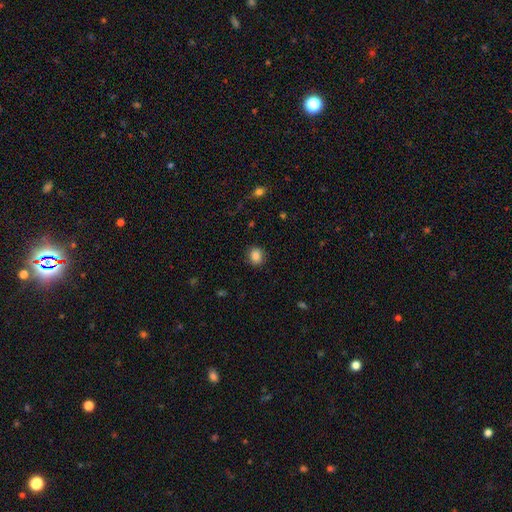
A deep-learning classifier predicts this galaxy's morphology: Overall: smooth (86%). How rounded: round (72%). Merging: none (88%).